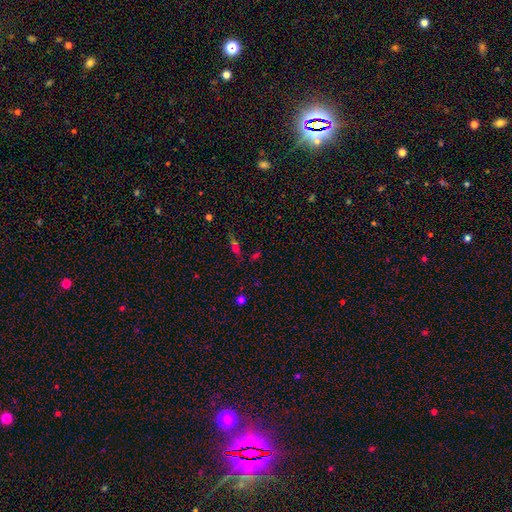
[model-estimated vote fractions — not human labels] Q: Smooth or featured?
A: smooth (43%); runner-up: star or artifact (41%)
Q: Merging?
A: none (66%); runner-up: minor disturbance (14%)